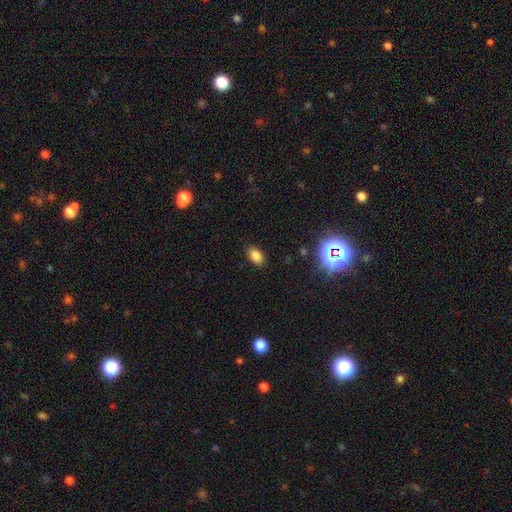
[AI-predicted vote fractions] smooth 81%, star or artifact 13%, featured or disk 6%. Down the decision tree: how rounded — in between (87%); merging — none (87%).